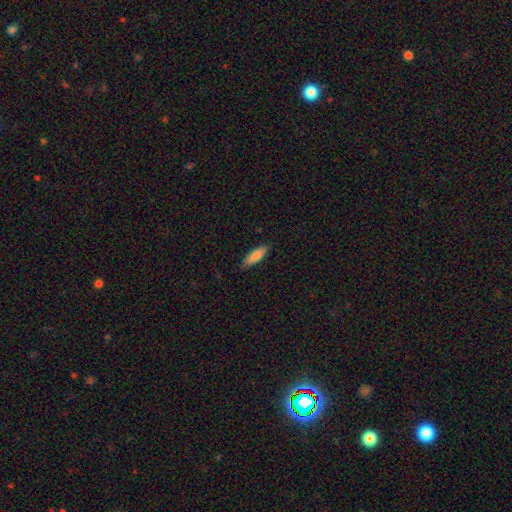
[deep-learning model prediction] smooth_or_featured: smooth (p=0.80) [alt: featured or disk p=0.14]
how_rounded: cigar-shaped (p=0.51) [alt: in between p=0.48]
merging: none (p=0.85) [alt: minor disturbance p=0.12]